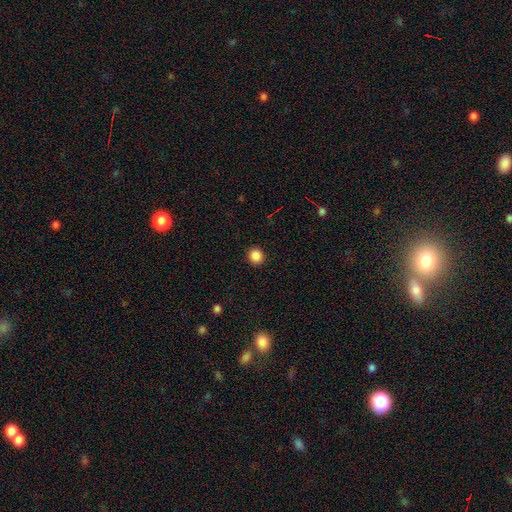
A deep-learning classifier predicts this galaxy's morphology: Q: Smooth or featured?
A: smooth (87%); runner-up: star or artifact (10%)
Q: How rounded?
A: round (85%); runner-up: in between (14%)
Q: Merging?
A: none (92%); runner-up: minor disturbance (5%)